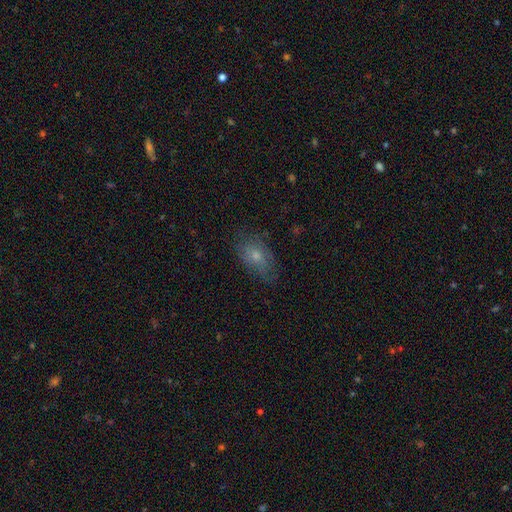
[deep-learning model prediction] Smooth or featured?
  - smooth: 63% *
  - featured or disk: 27%
  - star or artifact: 10%
How rounded?
  - in between: 85% *
  - round: 11%
  - cigar-shaped: 4%
Merging?
  - none: 67% *
  - minor disturbance: 24%
  - major disturbance: 8%
  - merger: 1%